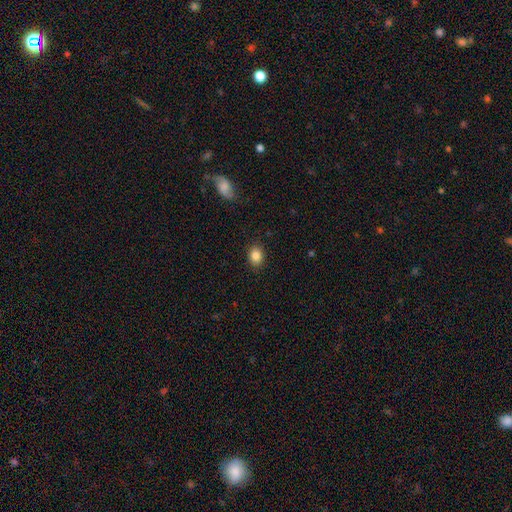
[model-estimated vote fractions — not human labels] smooth-or-featured: smooth: 86% | star or artifact: 9% | featured or disk: 5%
  how-rounded: in between: 54% | round: 45% | cigar-shaped: 1%
  merging: none: 88% | minor disturbance: 8% | major disturbance: 2% | merger: 1%